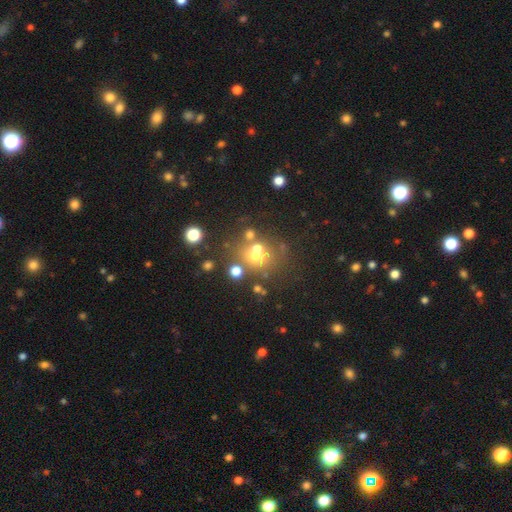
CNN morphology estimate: smooth-or-featured: smooth: 51% | star or artifact: 25% | featured or disk: 23%
  how-rounded: round: 76% | in between: 23% | cigar-shaped: 1%
  merging: none: 52% | merger: 30% | minor disturbance: 11% | major disturbance: 8%